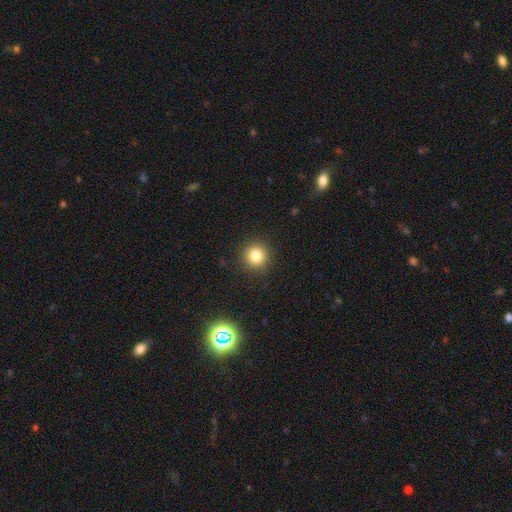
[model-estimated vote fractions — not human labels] A smooth galaxy with no disk features (82%) that is round (94%).

Vote fractions:
- Smooth or featured? smooth: 82% / star or artifact: 12% / featured or disk: 6%
- How rounded? round: 94% / in between: 5% / cigar-shaped: 1%
- Merging? none: 91% / minor disturbance: 6% / major disturbance: 2% / merger: 1%